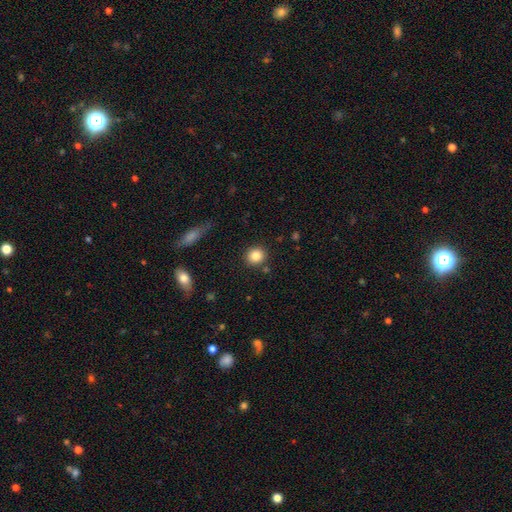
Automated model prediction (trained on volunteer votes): Smooth or featured? smooth (84%)
How rounded? round (87%)
Merging? none (86%)